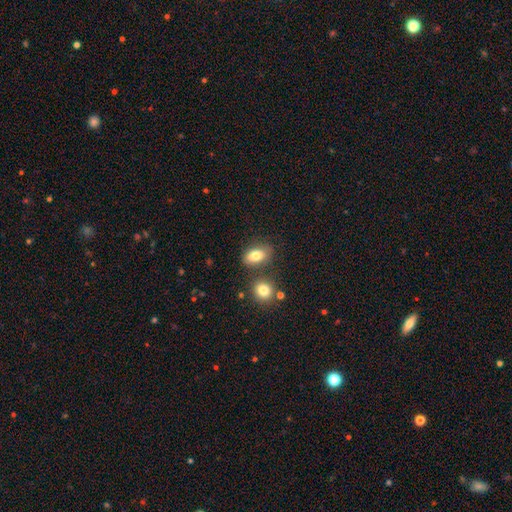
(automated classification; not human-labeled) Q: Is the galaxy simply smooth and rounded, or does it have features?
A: smooth — 81%.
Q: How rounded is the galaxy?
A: in between — 85%.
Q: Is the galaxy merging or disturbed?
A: none — 70%.